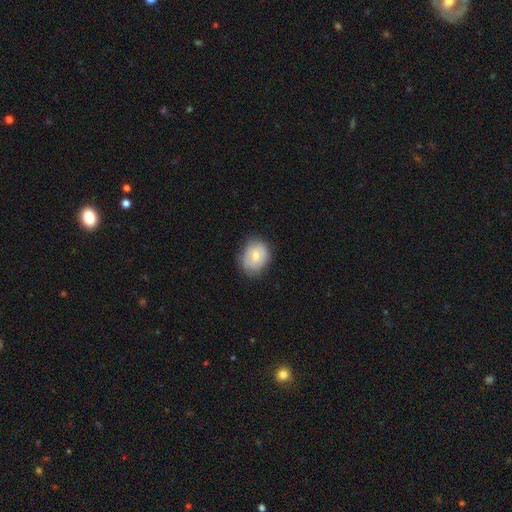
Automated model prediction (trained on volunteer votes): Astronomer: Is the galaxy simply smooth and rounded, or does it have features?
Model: smooth — 64%.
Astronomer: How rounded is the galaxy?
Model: in between — 50% (runner-up: round, 49%).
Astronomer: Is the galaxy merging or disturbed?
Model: none — 71%.